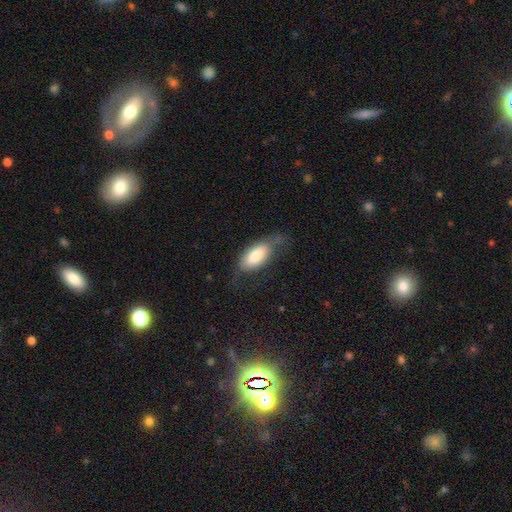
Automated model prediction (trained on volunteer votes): smooth 73%, featured or disk 21%, star or artifact 6%. Down the decision tree: how rounded — in between (86%); merging — none (47%).